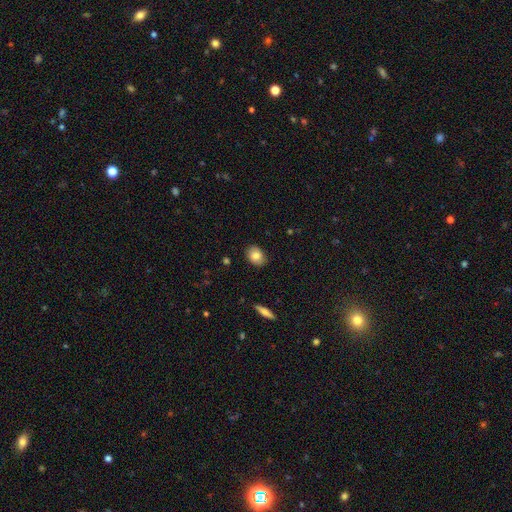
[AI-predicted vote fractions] smooth 81%, featured or disk 11%, star or artifact 8%. Down the decision tree: how rounded — in between (65%); merging — none (87%).